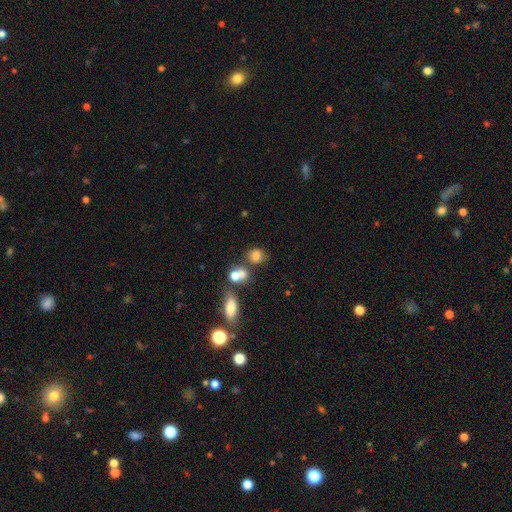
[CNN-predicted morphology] Smooth or featured? smooth (76%)
How rounded? round (60%)
Merging? none (54%)